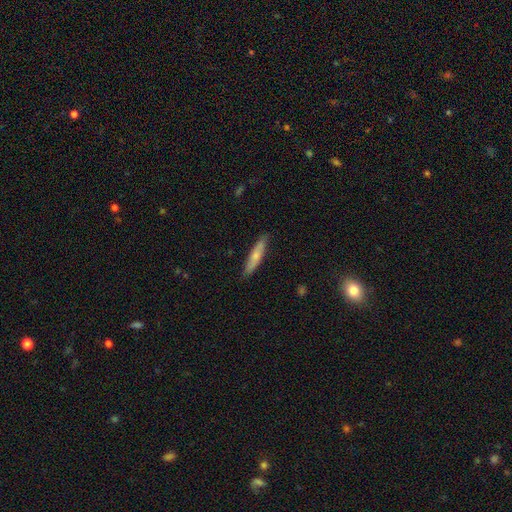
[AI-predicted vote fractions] A smooth galaxy with no disk features (65%) that is cigar-shaped (87%).

Vote fractions:
- Smooth or featured? smooth: 65% / featured or disk: 30% / star or artifact: 5%
- How rounded? cigar-shaped: 87% / in between: 12% / round: 2%
- Merging? none: 86% / minor disturbance: 11% / major disturbance: 2% / merger: 1%